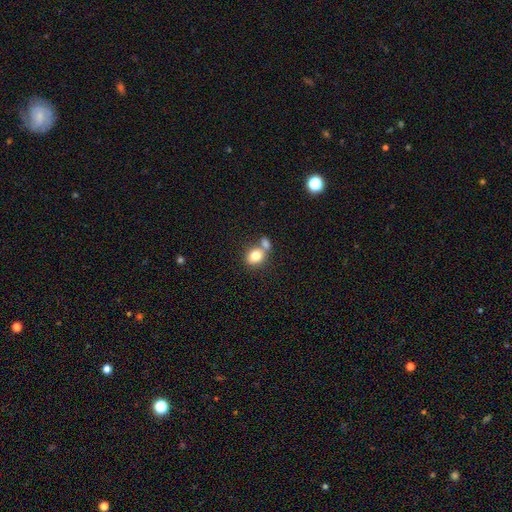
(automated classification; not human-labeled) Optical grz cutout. It shows a smooth galaxy with no disk features (80%) that is round (62%). Merging: none (45%).